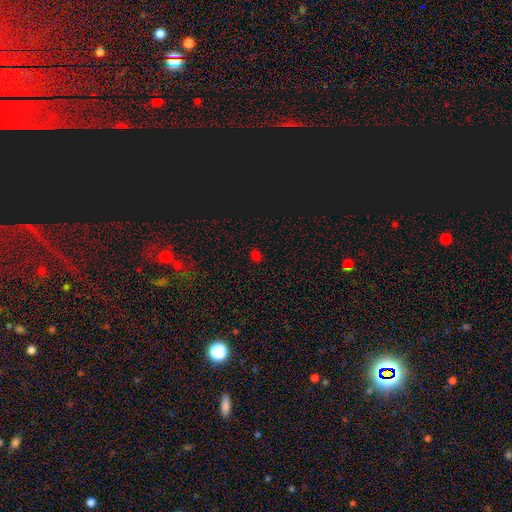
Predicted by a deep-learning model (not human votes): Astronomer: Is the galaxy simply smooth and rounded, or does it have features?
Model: smooth — 63%.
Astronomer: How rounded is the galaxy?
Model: round — 54% (runner-up: in between, 44%).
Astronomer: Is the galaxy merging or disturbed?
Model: none — 87%.